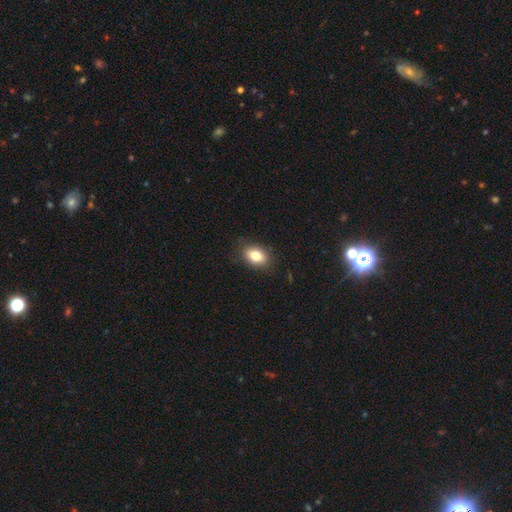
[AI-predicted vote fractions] The model was most divided on "how rounded": in between: 81%, round: 17%, cigar-shaped: 2%. More confident: merging — none (85%); smooth or featured — smooth (81%).